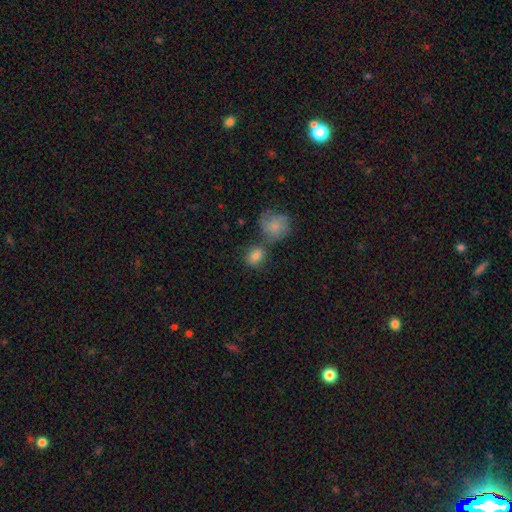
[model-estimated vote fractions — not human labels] Smooth or featured?
  - smooth: 78% *
  - featured or disk: 13%
  - star or artifact: 9%
How rounded?
  - in between: 59% *
  - round: 39%
  - cigar-shaped: 2%
Merging?
  - none: 50% *
  - merger: 29%
  - minor disturbance: 15%
  - major disturbance: 6%